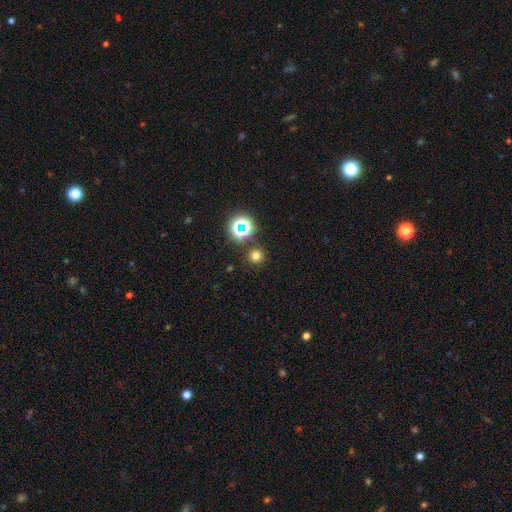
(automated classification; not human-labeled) Smooth or featured: smooth — 69% (star or artifact — 25%)
How rounded: round — 94% (in between — 5%)
Merging: none — 87% (minor disturbance — 6%)